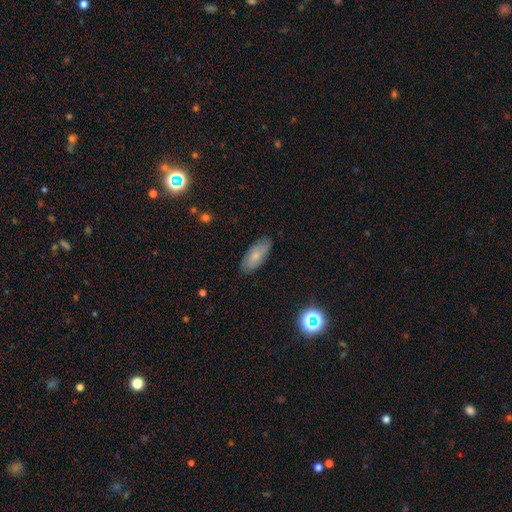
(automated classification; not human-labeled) Overall: smooth (69%). How rounded: in between (85%). Merging: none (82%).